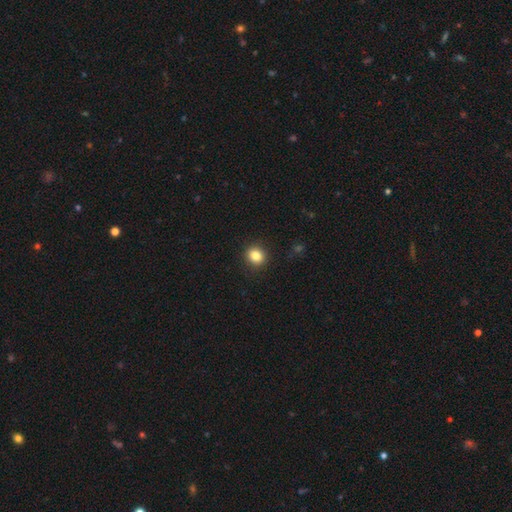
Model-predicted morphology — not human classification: Smooth or featured: smooth — 85% (star or artifact — 10%)
How rounded: round — 80% (in between — 19%)
Merging: none — 91% (minor disturbance — 6%)